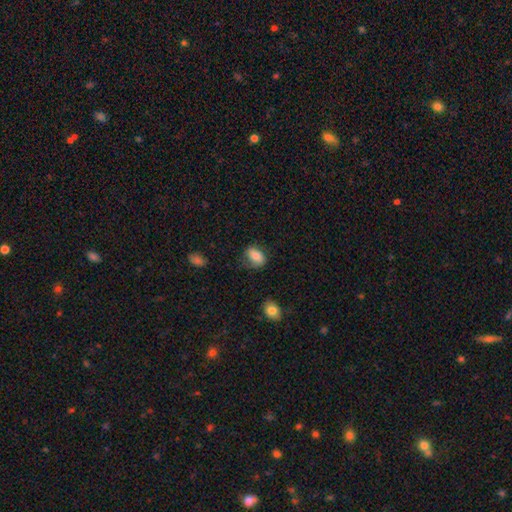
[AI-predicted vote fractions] A smooth galaxy with no disk features (77%) that is in between round and cigar-shaped (80%).

Vote fractions:
- Smooth or featured? smooth: 77% / featured or disk: 15% / star or artifact: 8%
- How rounded? in between: 80% / round: 18% / cigar-shaped: 2%
- Merging? none: 65% / minor disturbance: 25% / major disturbance: 8% / merger: 2%